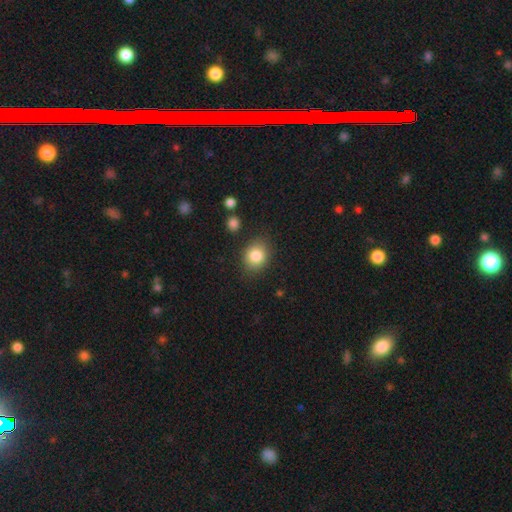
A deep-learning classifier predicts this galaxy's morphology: Q: Smooth or featured?
A: smooth (84%); runner-up: star or artifact (9%)
Q: How rounded?
A: round (61%); runner-up: in between (38%)
Q: Merging?
A: none (82%); runner-up: minor disturbance (12%)